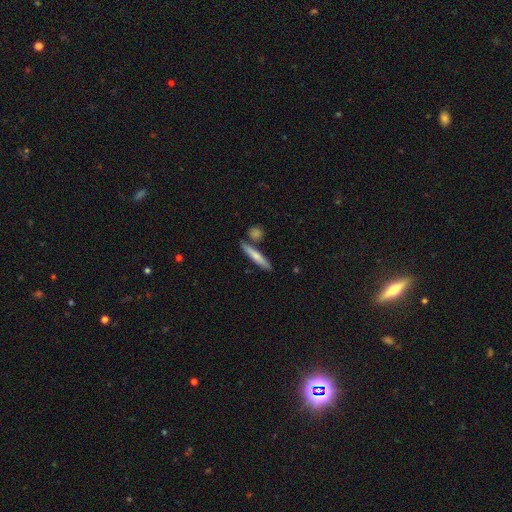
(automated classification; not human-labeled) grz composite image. It shows a smooth galaxy with no disk features (69%) that is cigar-shaped (91%). Merging: none (80%).